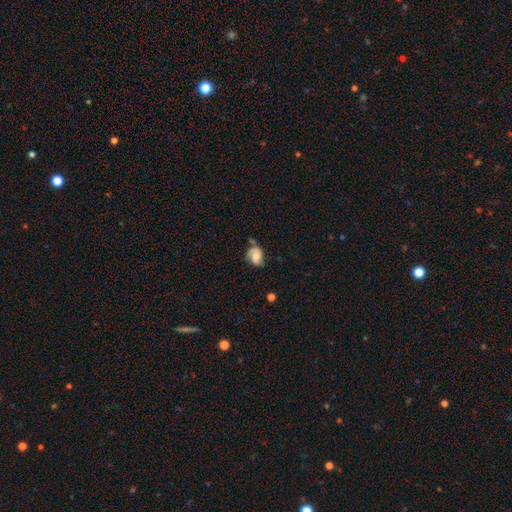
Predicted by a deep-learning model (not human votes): Morphology: type=smooth (48%); merging=none (40%).